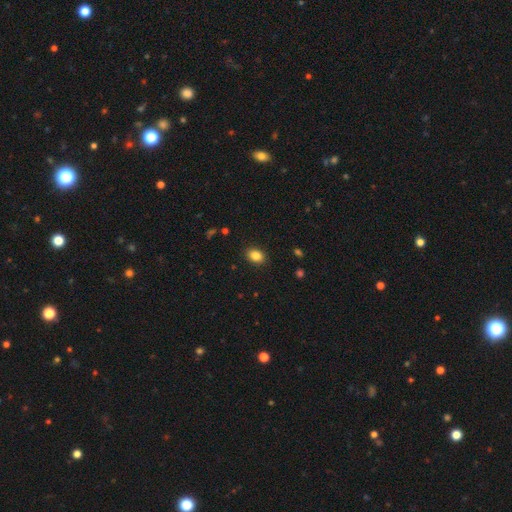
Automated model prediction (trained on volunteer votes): Overall: smooth (86%). How rounded: in between (70%). Merging: none (89%).